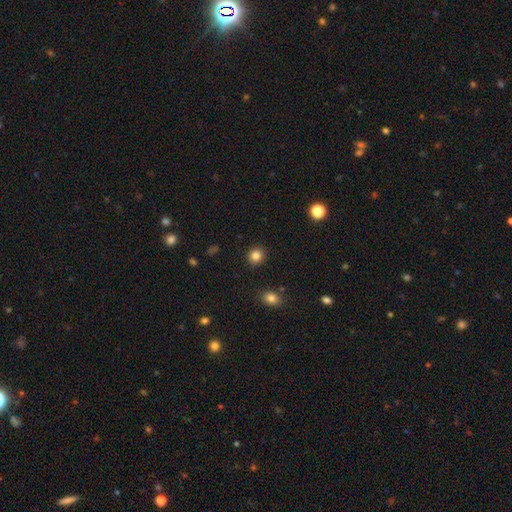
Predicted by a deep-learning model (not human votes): This is clearly a smooth galaxy (84%). How rounded: clearly round (85%). Merging: clearly none (90%).